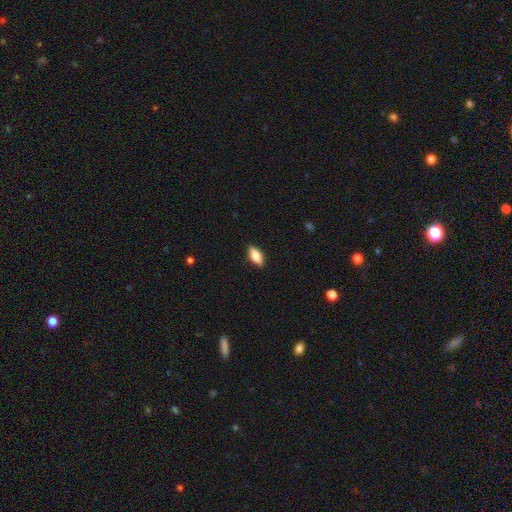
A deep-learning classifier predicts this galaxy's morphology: Smooth or featured? smooth (77%)
How rounded? in between (85%)
Merging? none (88%)